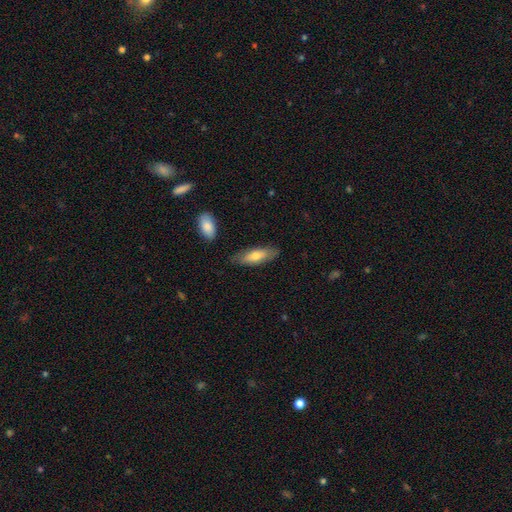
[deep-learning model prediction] Smooth or featured: smooth — 65% (featured or disk — 29%)
How rounded: in between — 50% (cigar-shaped — 48%)
Merging: none — 82% (minor disturbance — 13%)